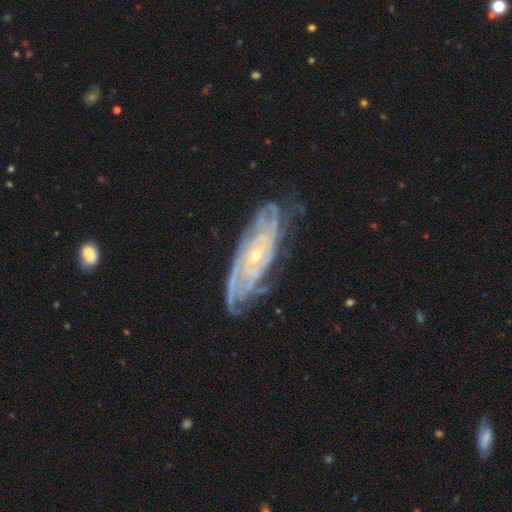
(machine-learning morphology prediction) smooth_or_featured: featured or disk (p=0.88) [alt: smooth p=0.06]
disk_edge_on: no (p=0.87) [alt: yes p=0.13]
bar: no (p=0.71) [alt: weak p=0.21]
has_spiral_arms: yes (p=0.96) [alt: no p=0.04]
spiral_winding: tight (p=0.74) [alt: medium p=0.22]
spiral_arm_count: can't tell (p=0.37) [alt: 4 p=0.17]
bulge_size: small (p=0.76) [alt: moderate p=0.21]
merging: none (p=0.73) [alt: minor disturbance p=0.19]